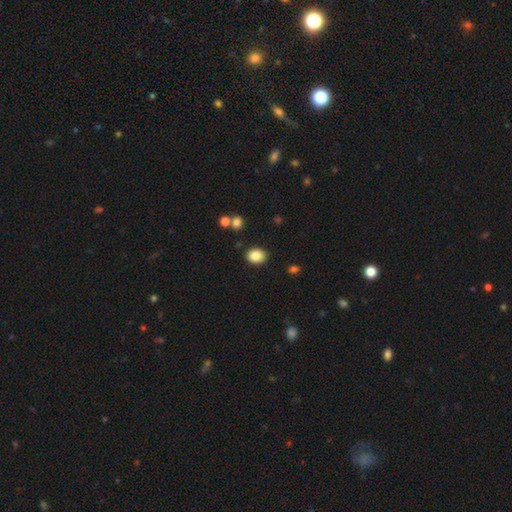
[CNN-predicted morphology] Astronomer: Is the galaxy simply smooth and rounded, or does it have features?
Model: smooth — 86%.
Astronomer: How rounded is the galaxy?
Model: in between — 53% (runner-up: round, 46%).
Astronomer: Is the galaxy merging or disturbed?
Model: none — 87%.